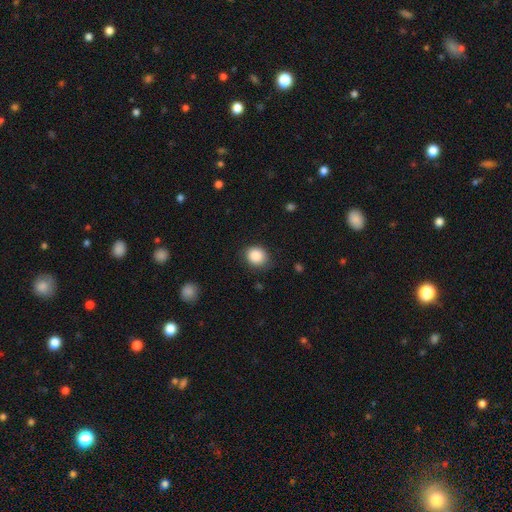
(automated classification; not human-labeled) Smooth or featured?
  - smooth: 87% *
  - star or artifact: 9%
  - featured or disk: 4%
How rounded?
  - round: 72% *
  - in between: 27%
  - cigar-shaped: 1%
Merging?
  - none: 80% *
  - minor disturbance: 15%
  - major disturbance: 4%
  - merger: 1%